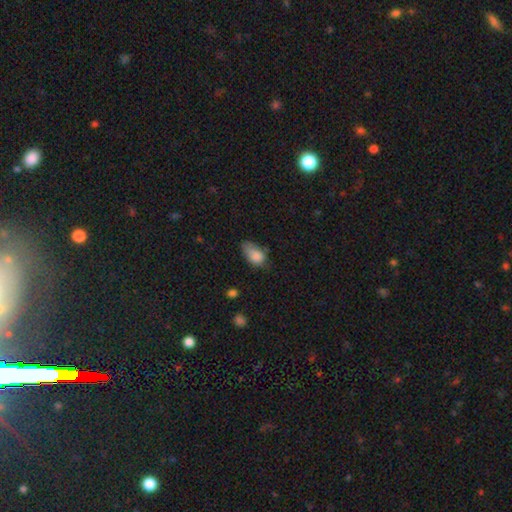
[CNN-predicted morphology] smooth_or_featured: smooth (p=0.83) [alt: star or artifact p=0.09]
how_rounded: in between (p=0.89) [alt: round p=0.08]
merging: minor disturbance (p=0.43) [alt: none p=0.37]